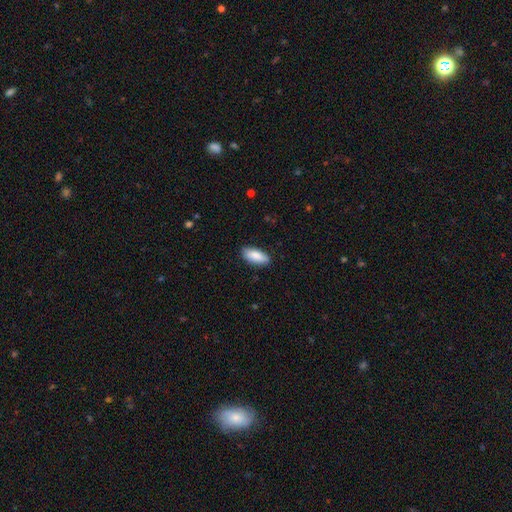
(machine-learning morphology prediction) A smooth galaxy with no disk features (86%) that is in between round and cigar-shaped (84%).

Vote fractions:
- Smooth or featured? smooth: 86% / featured or disk: 8% / star or artifact: 6%
- How rounded? in between: 84% / cigar-shaped: 14% / round: 2%
- Merging? none: 86% / minor disturbance: 11% / major disturbance: 2% / merger: 1%